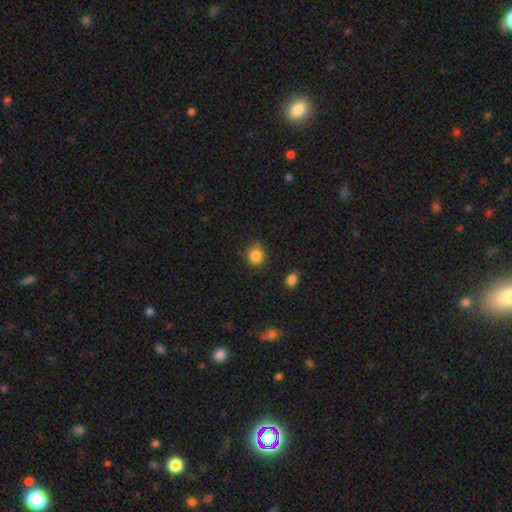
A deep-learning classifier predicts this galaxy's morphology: A smooth galaxy with no disk features (85%) that is round (84%).

Vote fractions:
- Smooth or featured? smooth: 85% / star or artifact: 10% / featured or disk: 5%
- How rounded? round: 84% / in between: 15% / cigar-shaped: 1%
- Merging? none: 79% / minor disturbance: 16% / major disturbance: 3% / merger: 2%